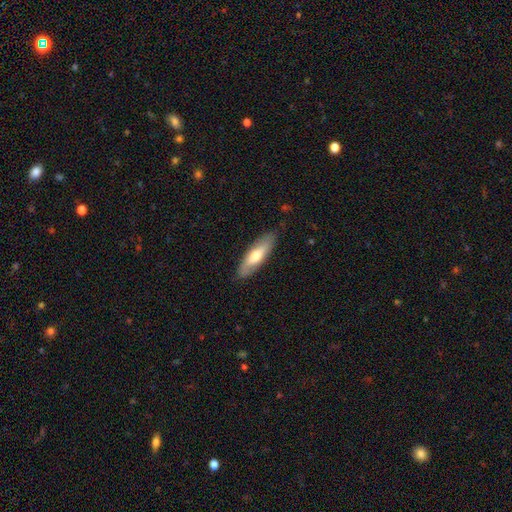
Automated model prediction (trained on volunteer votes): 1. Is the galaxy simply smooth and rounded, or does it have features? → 63% smooth, 32% featured or disk, 5% star or artifact.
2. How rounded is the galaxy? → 54% cigar-shaped, 44% in between, 2% round.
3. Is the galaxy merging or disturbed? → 85% none, 12% minor disturbance, 2% major disturbance, 1% merger.